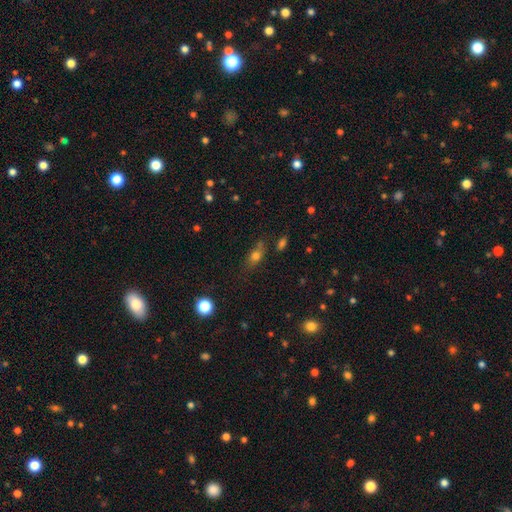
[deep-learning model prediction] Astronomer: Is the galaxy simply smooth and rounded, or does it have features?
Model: smooth — 71%.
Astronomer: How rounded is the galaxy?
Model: in between — 65%.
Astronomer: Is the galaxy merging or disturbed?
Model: none — 57%.